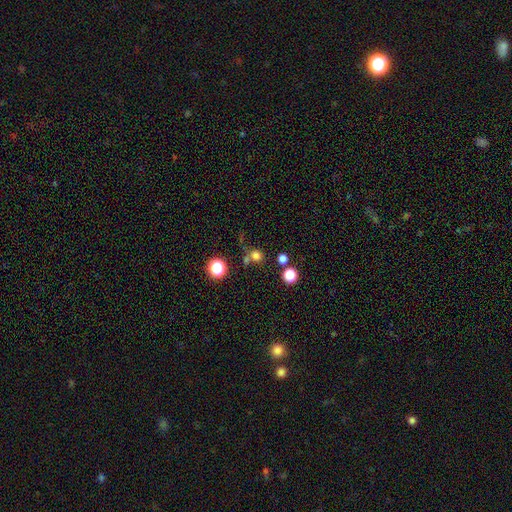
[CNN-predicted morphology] Q: Smooth or featured?
A: smooth (71%); runner-up: star or artifact (21%)
Q: How rounded?
A: round (87%); runner-up: in between (12%)
Q: Merging?
A: none (59%); runner-up: merger (24%)